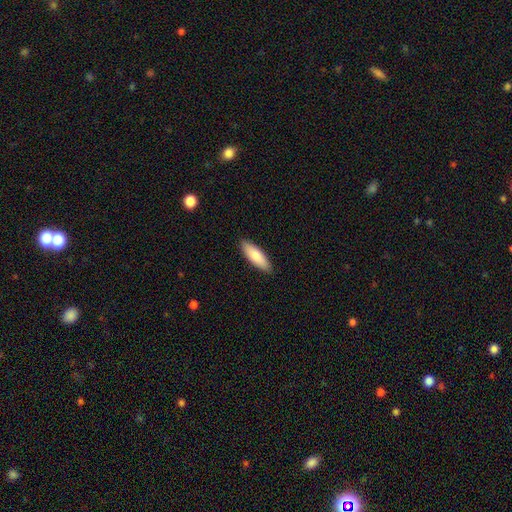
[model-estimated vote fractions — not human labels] Overall: smooth (81%). How rounded: in between (57%; cigar-shaped 42%). Merging: none (90%).